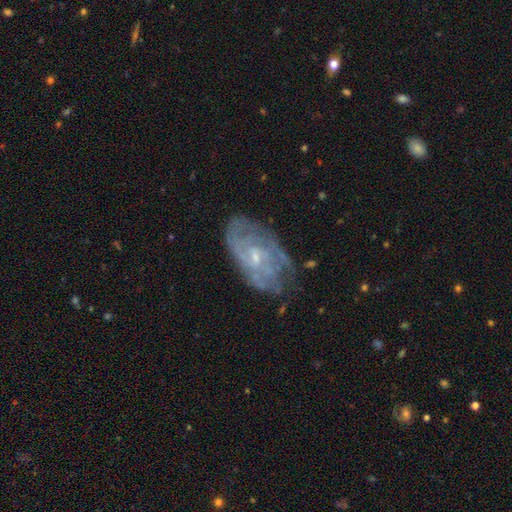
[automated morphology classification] Overall: featured or disk (73%). Edge-on disk: no (95%). Bar: no (61%; weak 33%). Spiral arms: yes (76%). Spiral arm count: can't tell (56%). Spiral winding: tight (54%; medium 33%). Bulge size: small (61%; moderate 31%). Merging: none (64%).